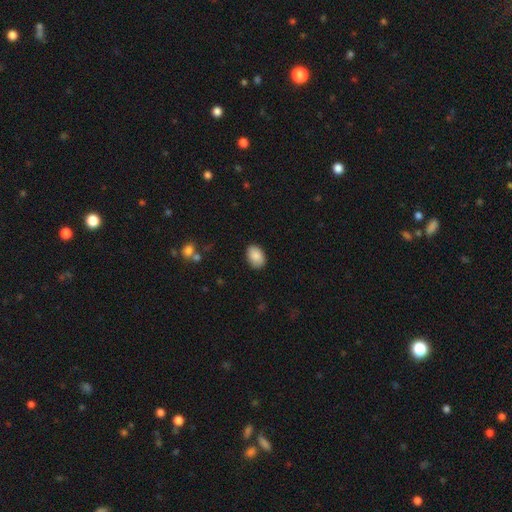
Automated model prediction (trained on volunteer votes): Overall: smooth (88%). How rounded: in between (85%). Merging: none (86%).